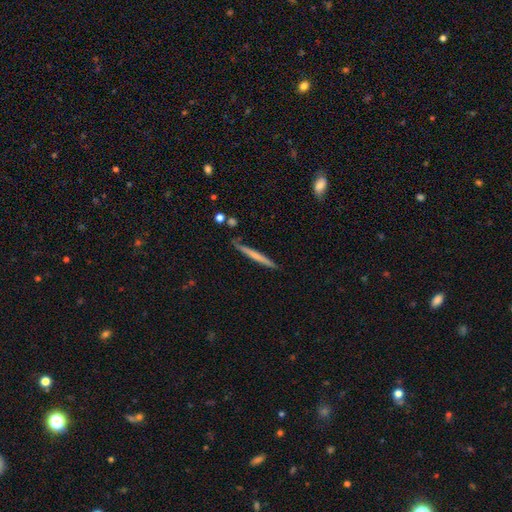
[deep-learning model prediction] Smooth or featured? smooth (51%)
How rounded? cigar-shaped (96%)
Merging? none (85%)